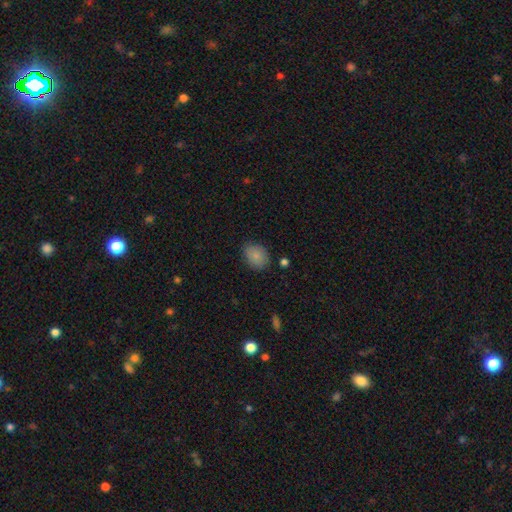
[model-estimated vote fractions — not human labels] Morphology: type=smooth (86%); roundness=in between (65%); merging=none (79%).